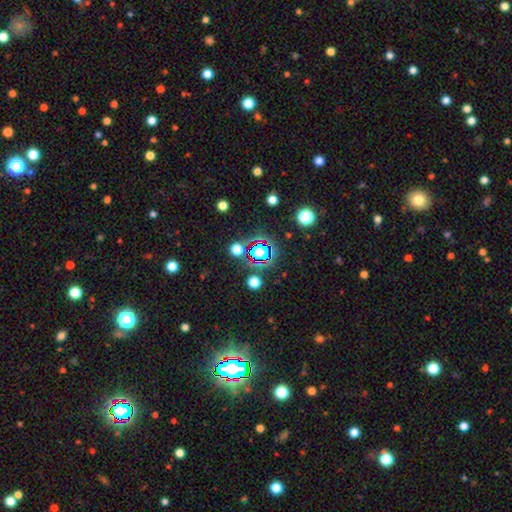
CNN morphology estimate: Smooth or featured?
  - star or artifact: 58% *
  - smooth: 31%
  - featured or disk: 11%